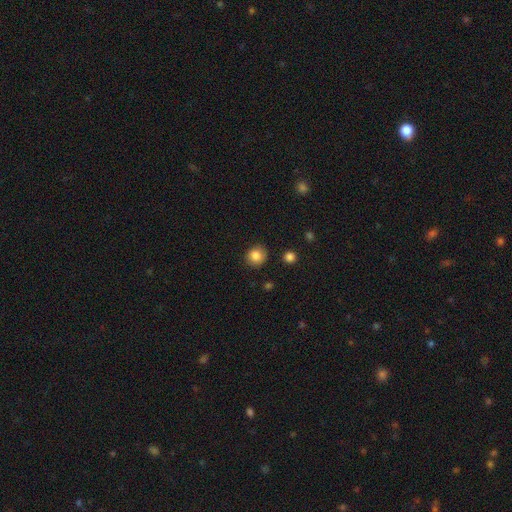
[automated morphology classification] A smooth galaxy with no disk features (85%) that is round (87%). Merging: none (87%).